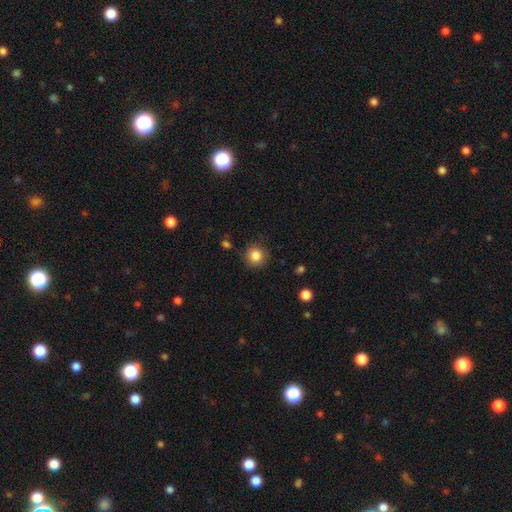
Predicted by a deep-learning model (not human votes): A smooth galaxy with no disk features (84%) that is round (91%).

Vote fractions:
- Smooth or featured? smooth: 84% / star or artifact: 11% / featured or disk: 5%
- How rounded? round: 91% / in between: 8% / cigar-shaped: 1%
- Merging? none: 86% / minor disturbance: 10% / major disturbance: 3% / merger: 2%